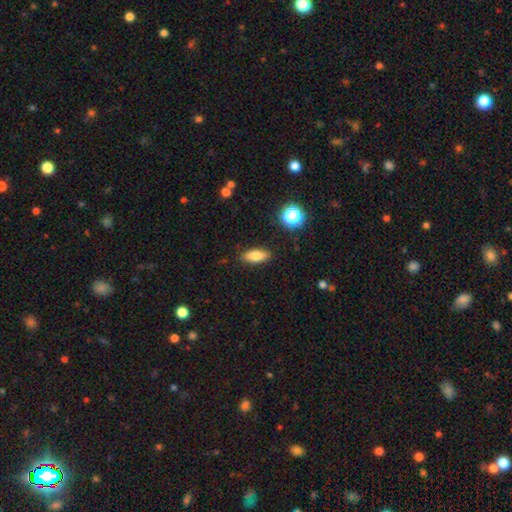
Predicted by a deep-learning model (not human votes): Smooth or featured? Predicted: smooth (p=0.77). How rounded? Predicted: in between (p=0.74). Merging? Predicted: none (p=0.87).